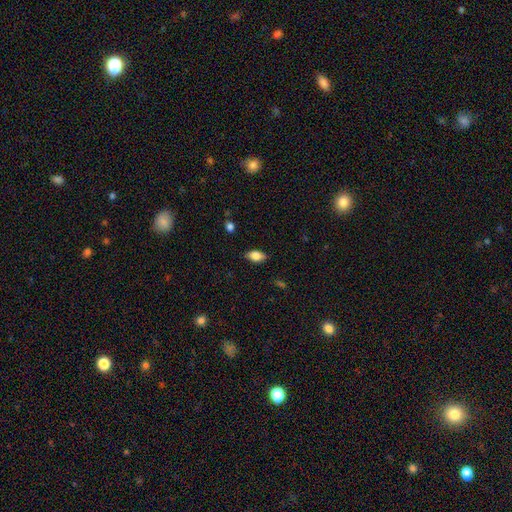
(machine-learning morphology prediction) Smooth or featured?
  - smooth: 80% *
  - featured or disk: 12%
  - star or artifact: 8%
How rounded?
  - in between: 90% *
  - round: 5%
  - cigar-shaped: 5%
Merging?
  - none: 83% *
  - minor disturbance: 13%
  - major disturbance: 3%
  - merger: 1%